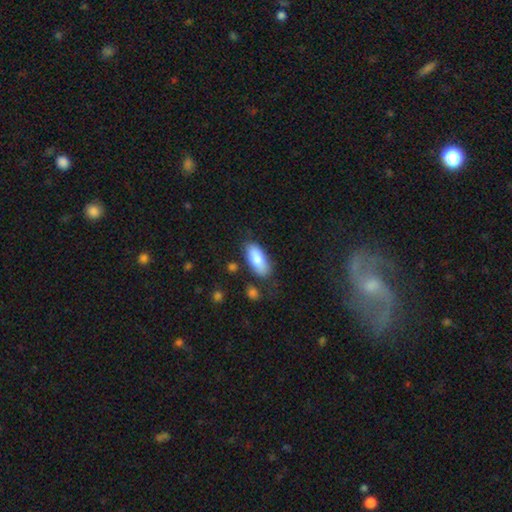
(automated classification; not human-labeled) Smooth or featured? smooth (79%)
How rounded? in between (84%)
Merging? none (77%)